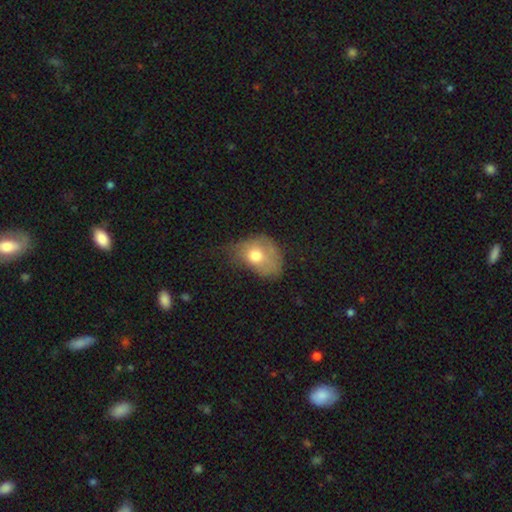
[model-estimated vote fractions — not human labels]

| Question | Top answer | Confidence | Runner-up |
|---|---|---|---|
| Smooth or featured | smooth | 67% | featured or disk (24%) |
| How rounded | in between | 70% | round (28%) |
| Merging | minor disturbance | 38% | major disturbance (33%) |